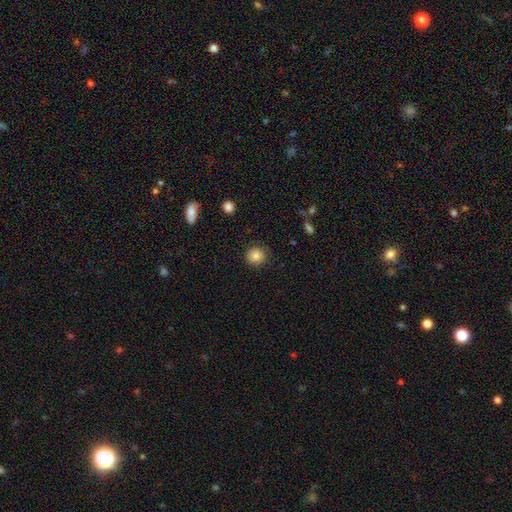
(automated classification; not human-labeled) smooth 83%, star or artifact 10%, featured or disk 8%. Down the decision tree: how rounded — round (93%); merging — none (88%).